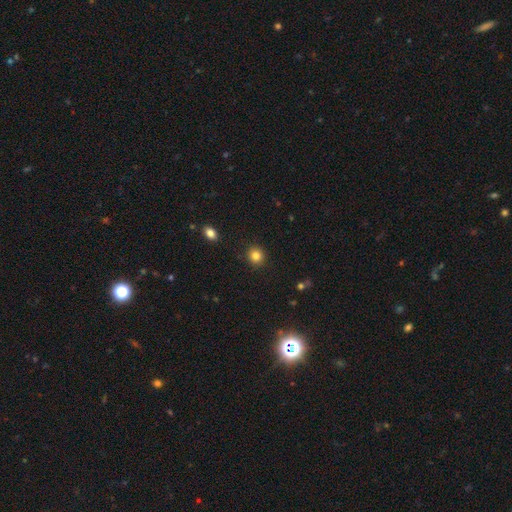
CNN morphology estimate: A smooth galaxy with no disk features (84%) that is round (89%).

Vote fractions:
- Smooth or featured? smooth: 84% / star or artifact: 11% / featured or disk: 5%
- How rounded? round: 89% / in between: 10% / cigar-shaped: 1%
- Merging? none: 91% / minor disturbance: 6% / major disturbance: 2% / merger: 1%